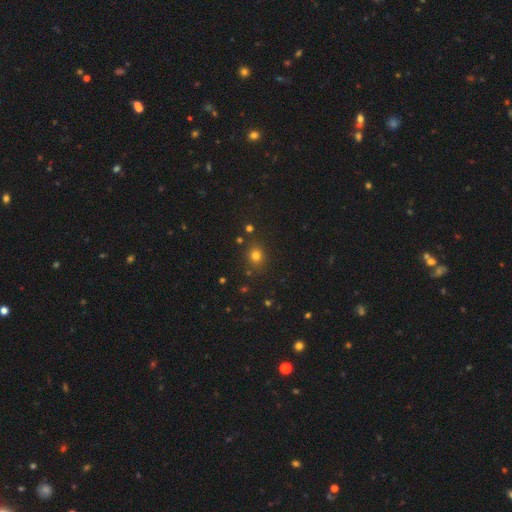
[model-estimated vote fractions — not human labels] This appears to be a smooth galaxy with no disk features (76%) that is round (73%). Merging: none (83%).